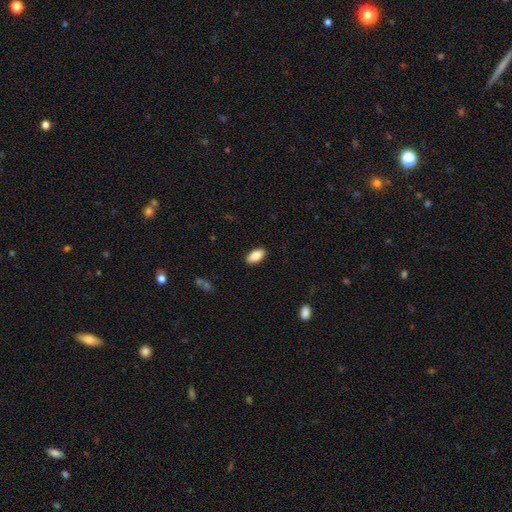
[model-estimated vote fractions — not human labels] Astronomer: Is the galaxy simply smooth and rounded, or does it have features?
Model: smooth — 84%.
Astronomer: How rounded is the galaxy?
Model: in between — 93%.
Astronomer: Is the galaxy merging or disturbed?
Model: none — 89%.